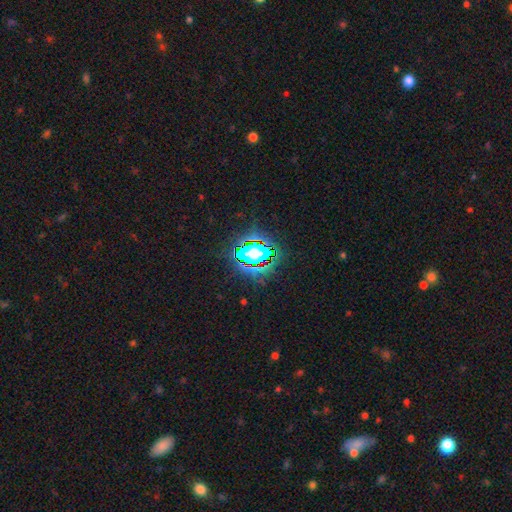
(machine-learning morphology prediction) A star or artifact, not a galaxy (78%).

Vote fractions:
- Smooth or featured? star or artifact: 78% / smooth: 13% / featured or disk: 9%